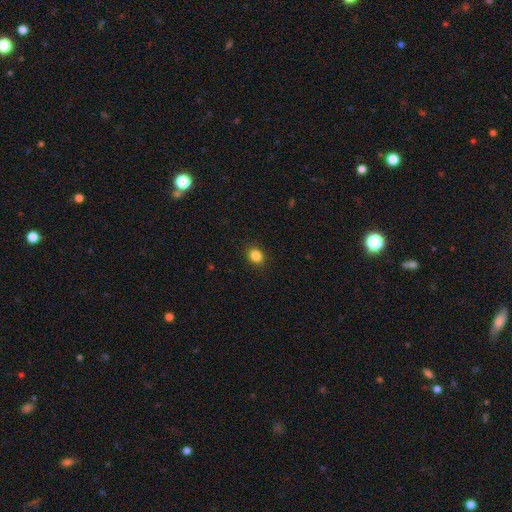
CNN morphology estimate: A smooth galaxy with no disk features (86%) that is round (58%).

Vote fractions:
- Smooth or featured? smooth: 86% / star or artifact: 11% / featured or disk: 4%
- How rounded? round: 58% / in between: 41% / cigar-shaped: 1%
- Merging? none: 90% / minor disturbance: 7% / major disturbance: 2% / merger: 1%